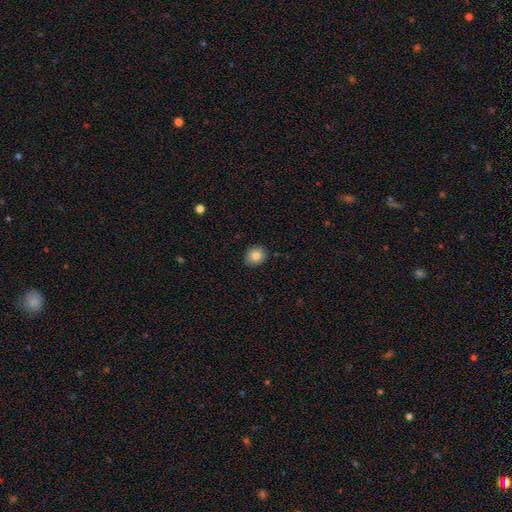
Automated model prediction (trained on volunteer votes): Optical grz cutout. It shows a smooth galaxy with no disk features (85%) that is round (73%). Merging: none (89%).